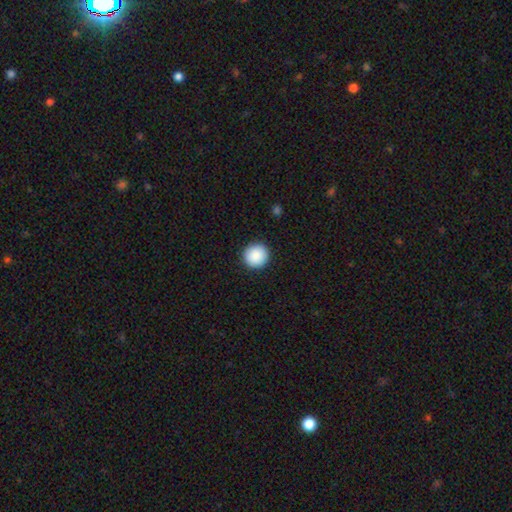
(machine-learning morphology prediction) Overall: smooth (89%). How rounded: round (94%). Merging: none (92%).